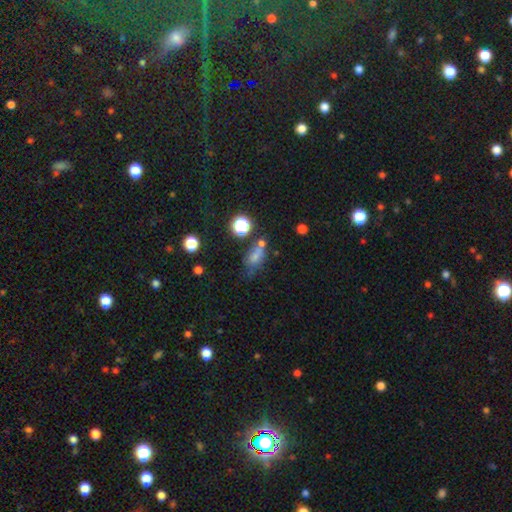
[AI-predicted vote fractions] Smooth or featured? smooth (63%)
How rounded? in between (71%)
Merging? none (44%)